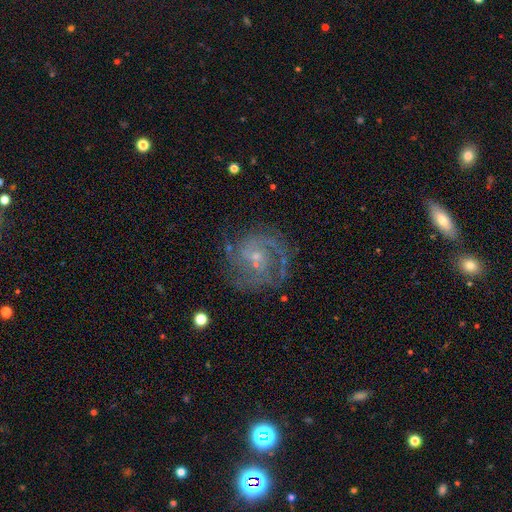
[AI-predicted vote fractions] This appears to be a featured or disk galaxy (82%) with no bar (59%), 2 (38%) medium (43%) spiral arms (91%) and a small central bulge (73%). Merging: none (66%).